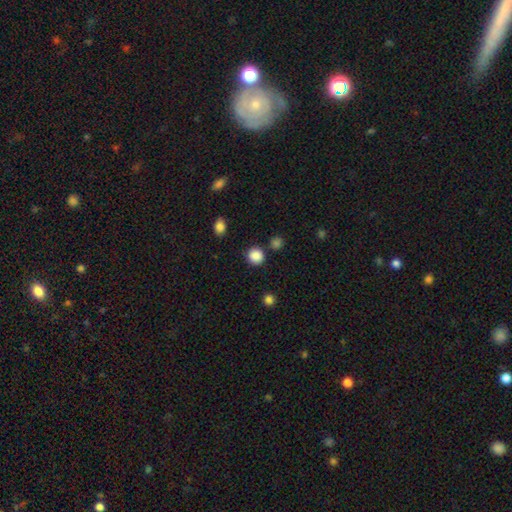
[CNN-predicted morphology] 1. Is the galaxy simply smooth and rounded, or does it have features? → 87% smooth, 10% star or artifact, 3% featured or disk.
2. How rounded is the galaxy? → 91% round, 8% in between, 1% cigar-shaped.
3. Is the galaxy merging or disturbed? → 85% none, 8% minor disturbance, 4% merger, 3% major disturbance.